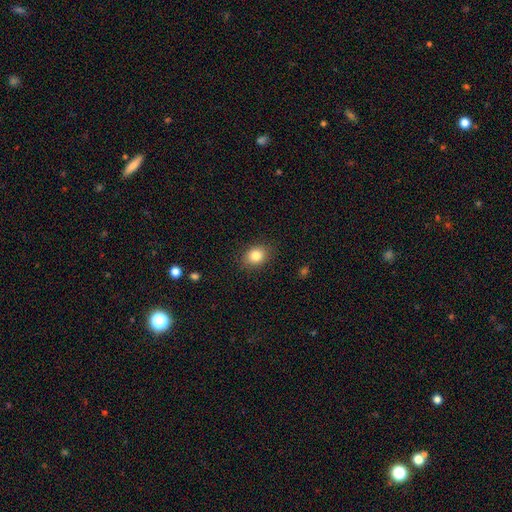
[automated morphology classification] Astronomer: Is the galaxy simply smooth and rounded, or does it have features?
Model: smooth — 83%.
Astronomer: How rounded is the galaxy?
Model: in between — 52% (runner-up: round, 47%).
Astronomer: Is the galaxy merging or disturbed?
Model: none — 87%.